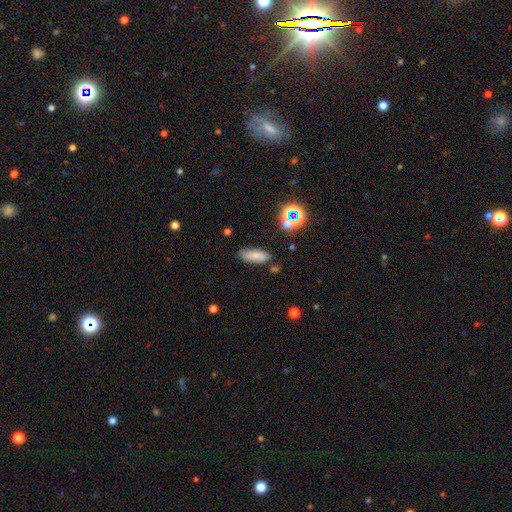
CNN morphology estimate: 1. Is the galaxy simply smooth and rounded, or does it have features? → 77% smooth, 12% star or artifact, 11% featured or disk.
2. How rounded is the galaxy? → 70% in between, 27% cigar-shaped, 3% round.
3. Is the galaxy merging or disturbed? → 80% none, 13% minor disturbance, 3% major disturbance, 3% merger.